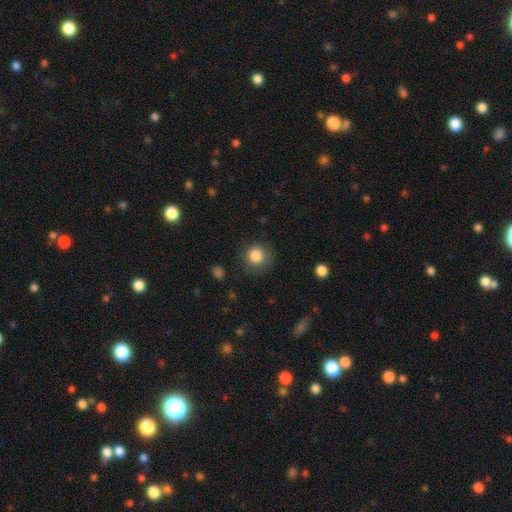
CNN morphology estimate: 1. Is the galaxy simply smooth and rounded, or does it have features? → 85% smooth, 10% star or artifact, 5% featured or disk.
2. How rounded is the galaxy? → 92% round, 7% in between, 1% cigar-shaped.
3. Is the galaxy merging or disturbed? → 80% none, 13% minor disturbance, 5% major disturbance, 1% merger.